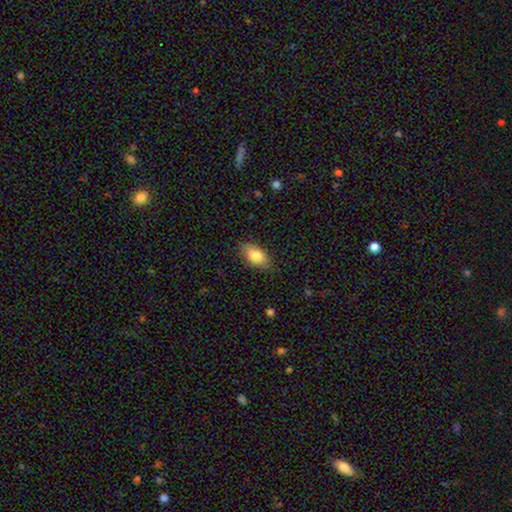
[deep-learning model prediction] Morphology: type=smooth (82%); roundness=in between (91%); merging=none (83%).